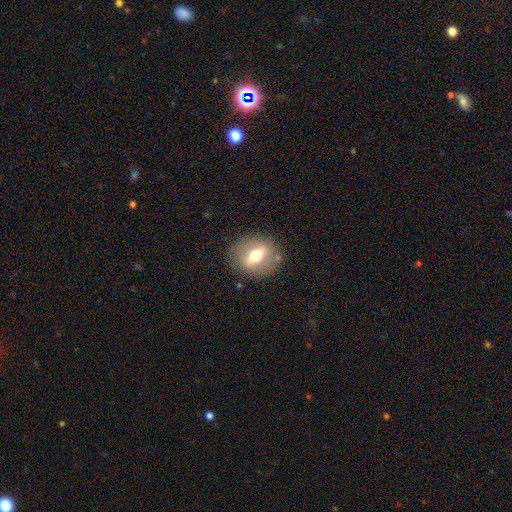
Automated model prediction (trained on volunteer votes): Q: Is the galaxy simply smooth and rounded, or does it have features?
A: featured or disk — 47%.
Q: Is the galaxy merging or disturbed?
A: none — 84%.